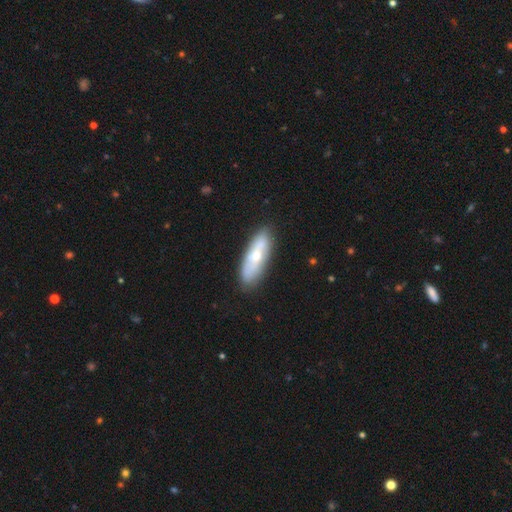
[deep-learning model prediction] A smooth galaxy with no disk features (50%).

Vote fractions:
- Smooth or featured? smooth: 50% / featured or disk: 44% / star or artifact: 6%
- Merging? none: 83% / minor disturbance: 12% / major disturbance: 3% / merger: 2%